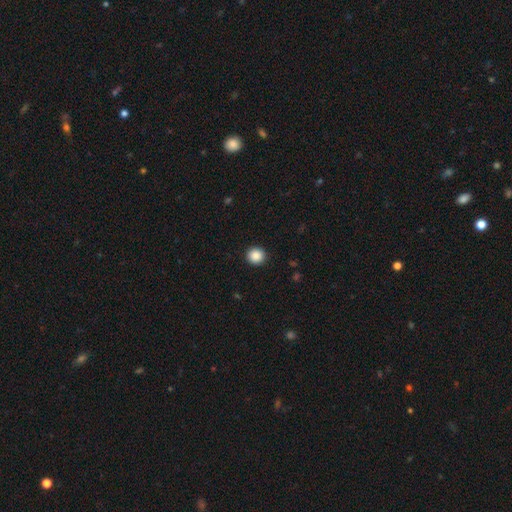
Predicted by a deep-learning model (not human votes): This appears to be a smooth galaxy with no disk features (87%) that is round (93%). Merging: none (93%).